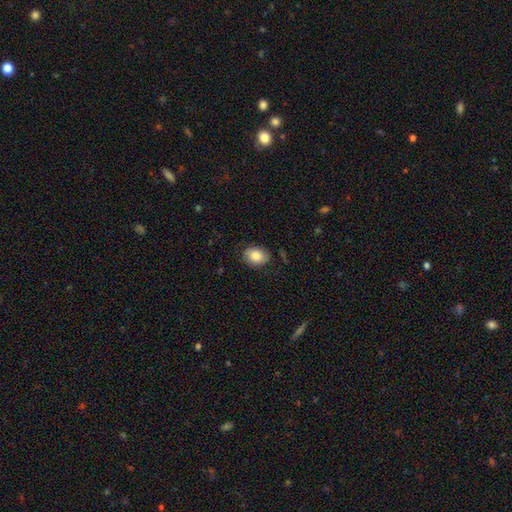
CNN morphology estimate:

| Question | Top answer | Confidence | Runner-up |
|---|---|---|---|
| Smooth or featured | smooth | 84% | featured or disk (9%) |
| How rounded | in between | 61% | round (38%) |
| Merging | none | 82% | minor disturbance (14%) |